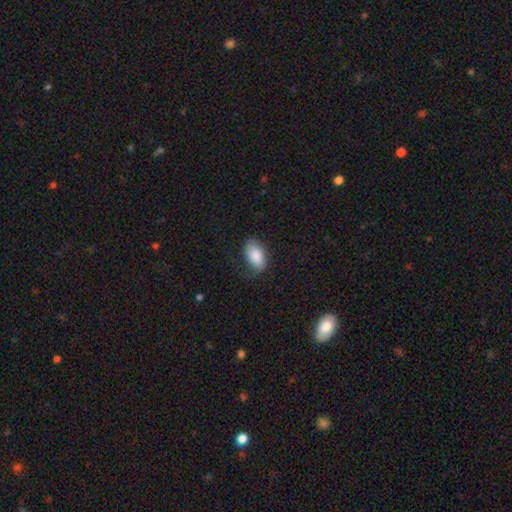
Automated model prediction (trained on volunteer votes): smooth 83%, featured or disk 10%, star or artifact 6%. Down the decision tree: how rounded — in between (93%); merging — none (72%).